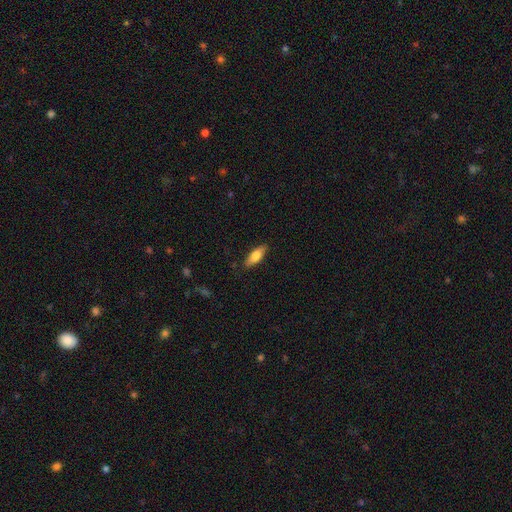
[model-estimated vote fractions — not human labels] Smooth or featured?
  - smooth: 76% *
  - featured or disk: 18%
  - star or artifact: 6%
How rounded?
  - in between: 66% *
  - cigar-shaped: 31%
  - round: 2%
Merging?
  - none: 84% *
  - minor disturbance: 13%
  - major disturbance: 2%
  - merger: 1%